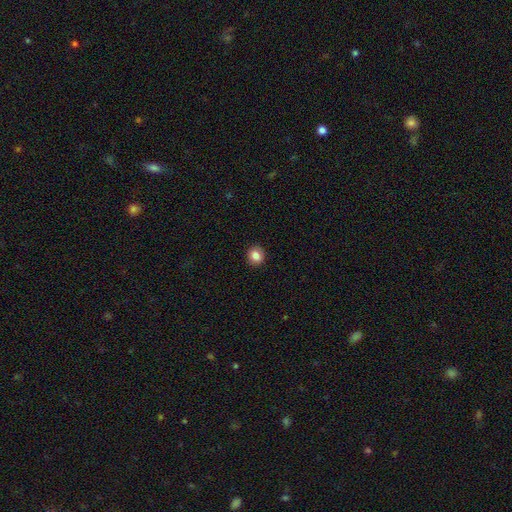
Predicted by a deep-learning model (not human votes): This is clearly a smooth galaxy (84%). How rounded: clearly round (87%). Merging: clearly none (92%).